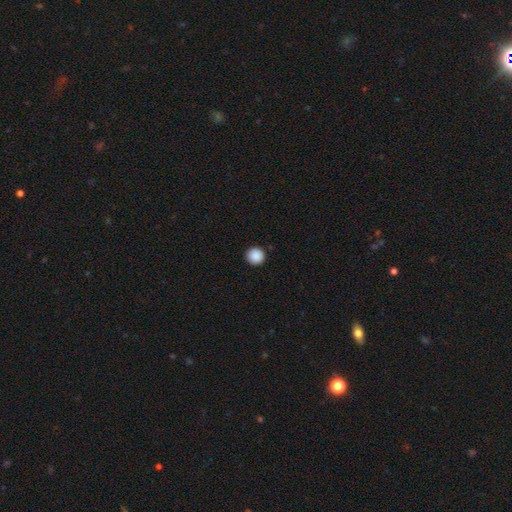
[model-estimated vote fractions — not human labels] Smooth or featured?
  - smooth: 89% *
  - star or artifact: 9%
  - featured or disk: 2%
How rounded?
  - round: 96% *
  - in between: 3%
  - cigar-shaped: 1%
Merging?
  - none: 93% *
  - minor disturbance: 4%
  - major disturbance: 2%
  - merger: 1%